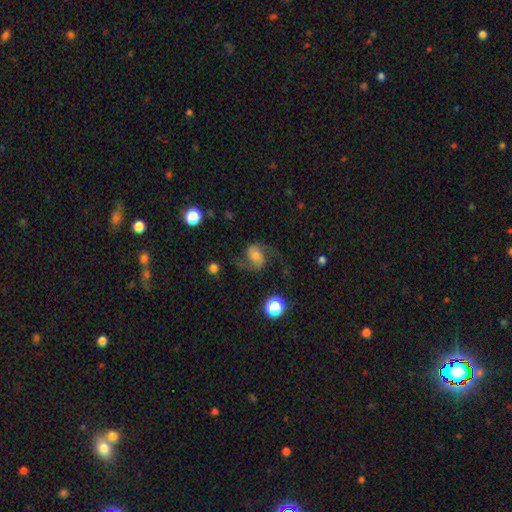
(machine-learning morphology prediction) This is likely a featured or disk galaxy (79%). It is clearly not viewed edge-on (98%). Bar: possibly no (50%). Spiral arm pattern: clearly yes (96%). Spiral arm count: clearly 2 (93%). Spiral winding: possibly medium (47%). Central bulge: possibly moderate (46%). Merging: likely none (72%).